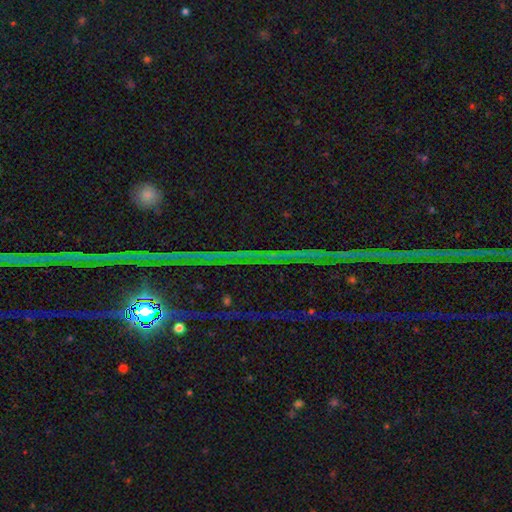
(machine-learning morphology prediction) Smooth or featured: star or artifact — 87% (featured or disk — 7%)